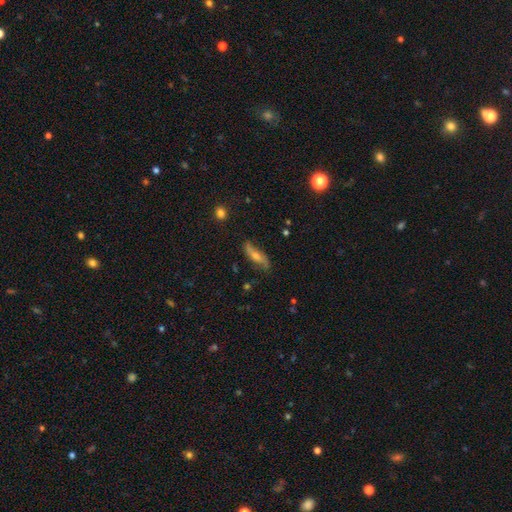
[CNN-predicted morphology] Overall: featured or disk (60%; smooth 31%). Edge-on disk: no (60%; yes 40%). Merging: none (78%).